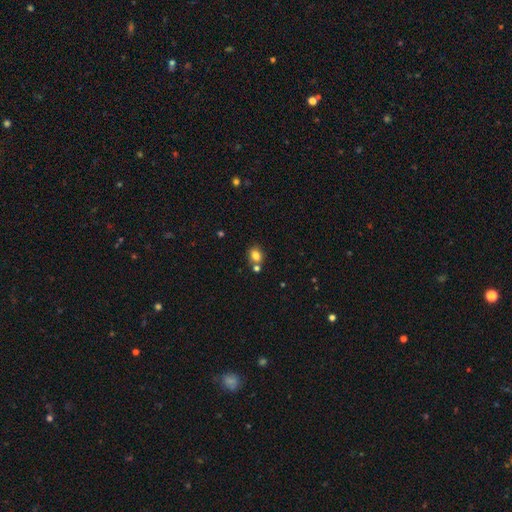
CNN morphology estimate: smooth_or_featured: smooth (p=0.81) [alt: star or artifact p=0.11]
how_rounded: in between (p=0.55) [alt: round p=0.44]
merging: none (p=0.65) [alt: merger p=0.20]